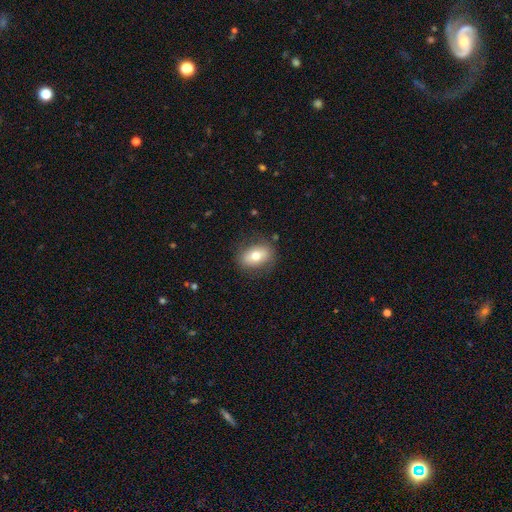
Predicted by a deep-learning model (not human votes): This is likely a smooth galaxy (68%). How rounded: likely in between (79%). Merging: clearly none (81%).